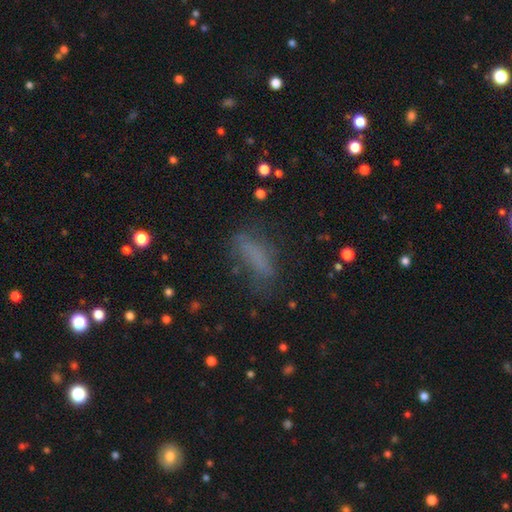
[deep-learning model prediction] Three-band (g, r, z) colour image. It shows a smooth galaxy with no disk features (68%) that is in between round and cigar-shaped (53%). Merging: none (58%).